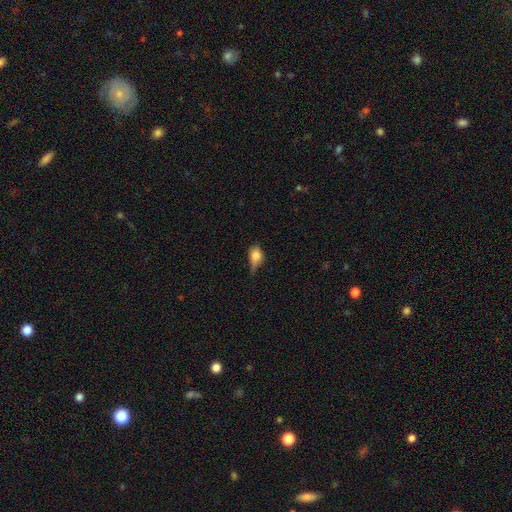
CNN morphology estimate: Overall: smooth (69%). How rounded: in between (73%). Merging: minor disturbance (44%; none 33%).